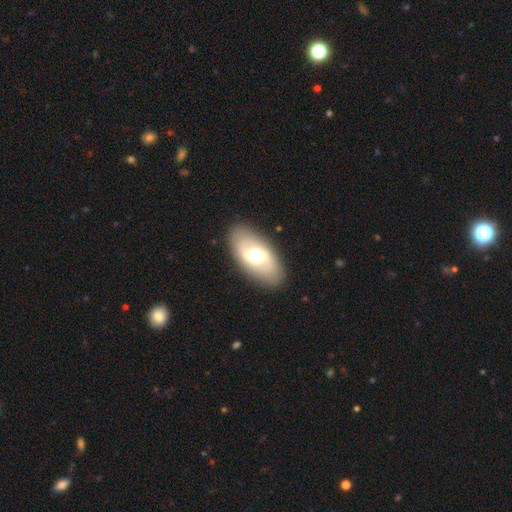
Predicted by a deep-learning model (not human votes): The model was most divided on "smooth or featured": featured or disk: 54%, smooth: 40%, star or artifact: 6%. More confident: edge-on disk — no (88%); merging — none (86%).